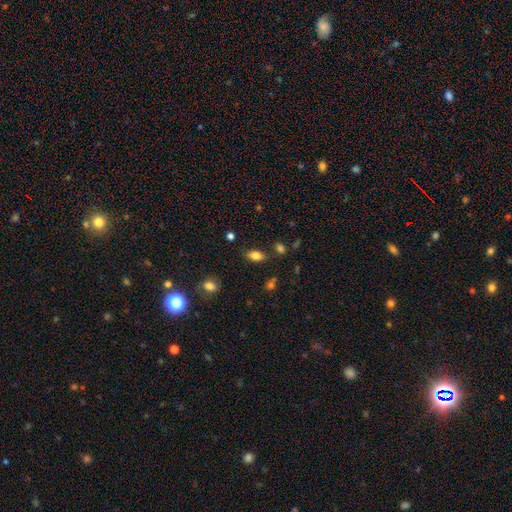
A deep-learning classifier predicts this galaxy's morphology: Smooth or featured?
  - smooth: 78% *
  - featured or disk: 13%
  - star or artifact: 9%
How rounded?
  - in between: 88% *
  - cigar-shaped: 7%
  - round: 5%
Merging?
  - none: 82% *
  - minor disturbance: 12%
  - merger: 4%
  - major disturbance: 3%